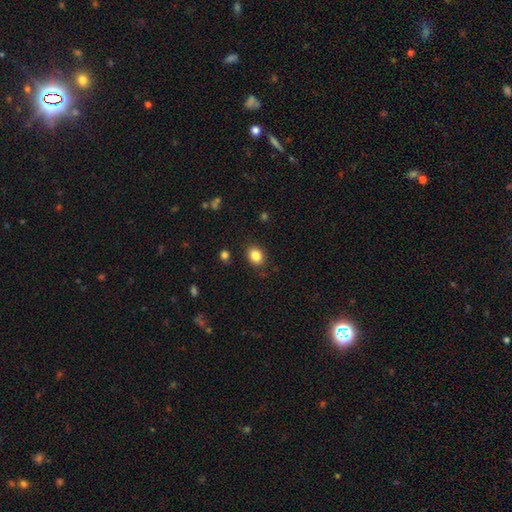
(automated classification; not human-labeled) Smooth or featured?
  - smooth: 84% *
  - star or artifact: 10%
  - featured or disk: 6%
How rounded?
  - in between: 50% *
  - round: 49%
  - cigar-shaped: 1%
Merging?
  - none: 86% *
  - minor disturbance: 10%
  - major disturbance: 3%
  - merger: 2%